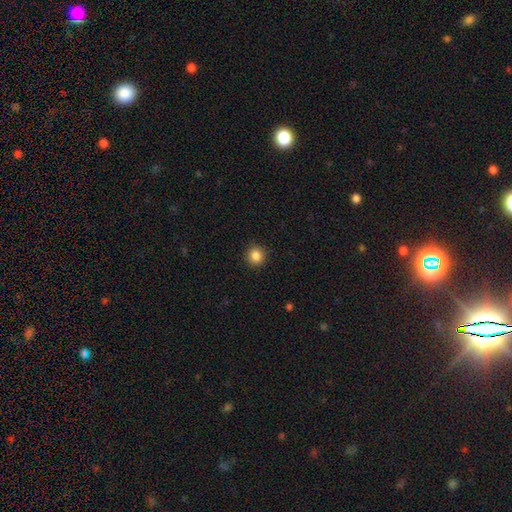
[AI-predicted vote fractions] smooth-or-featured: smooth: 86% | star or artifact: 10% | featured or disk: 4%
  how-rounded: round: 92% | in between: 7% | cigar-shaped: 1%
  merging: none: 91% | minor disturbance: 6% | major disturbance: 2% | merger: 1%